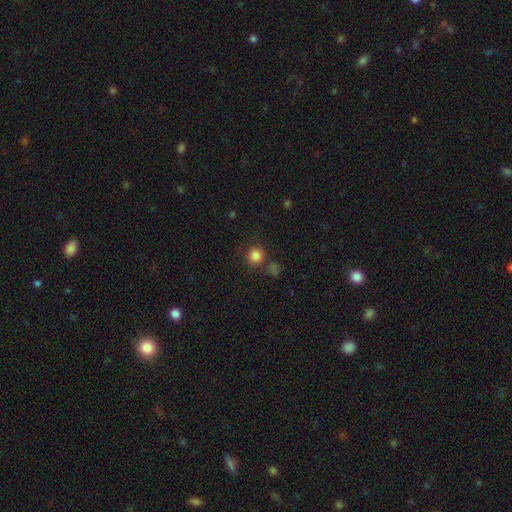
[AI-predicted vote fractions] smooth 84%, star or artifact 12%, featured or disk 5%. Down the decision tree: how rounded — round (93%); merging — none (75%).